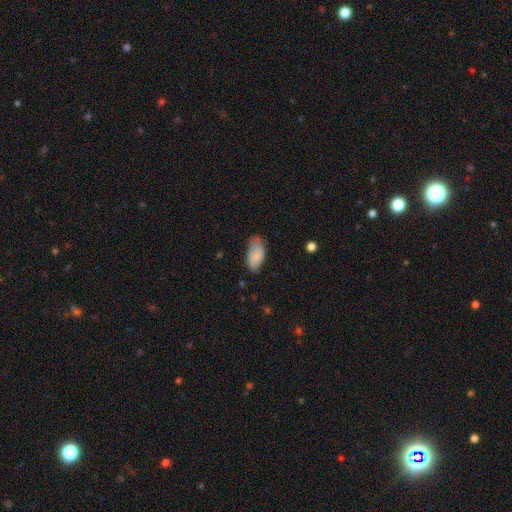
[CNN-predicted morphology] This appears to be a smooth galaxy with no disk features (82%) that is in between round and cigar-shaped (94%). Merging: none (61%).